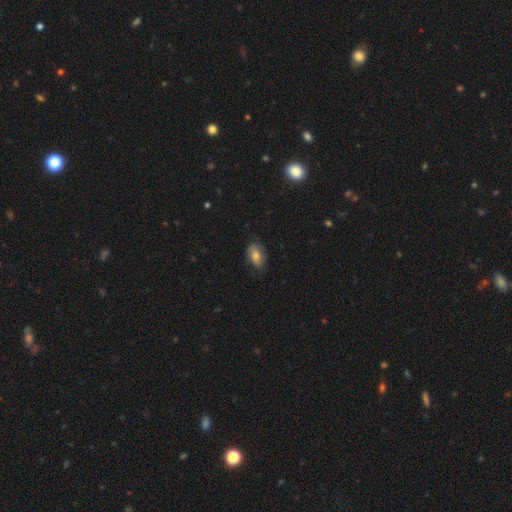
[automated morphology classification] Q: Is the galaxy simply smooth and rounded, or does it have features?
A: smooth — 67%.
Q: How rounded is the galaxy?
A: in between — 86%.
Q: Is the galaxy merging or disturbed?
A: none — 75%.